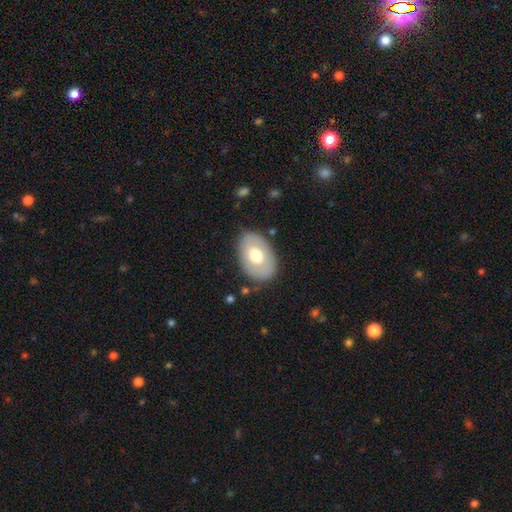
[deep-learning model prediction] This appears to be a smooth galaxy with no disk features (62%) that is in between round and cigar-shaped (86%). Merging: none (81%).